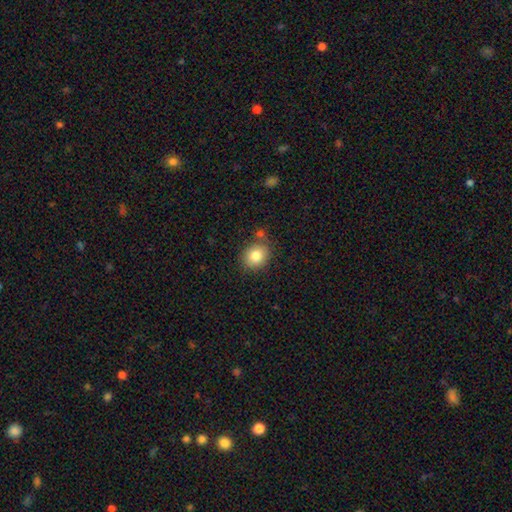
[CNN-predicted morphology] Smooth or featured? smooth (82%)
How rounded? round (67%)
Merging? none (75%)